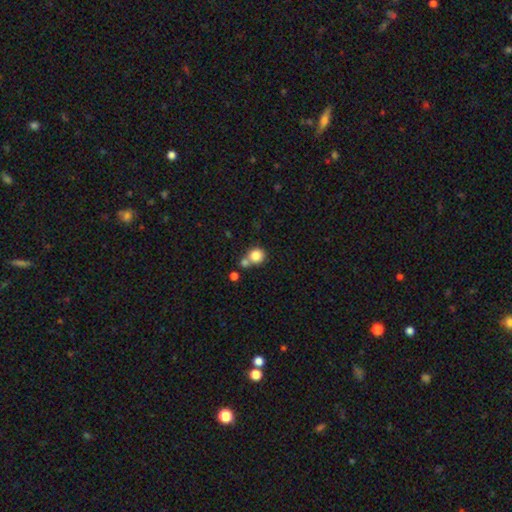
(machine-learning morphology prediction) A smooth galaxy with no disk features (82%) that is round (89%). Merging: none (51%).